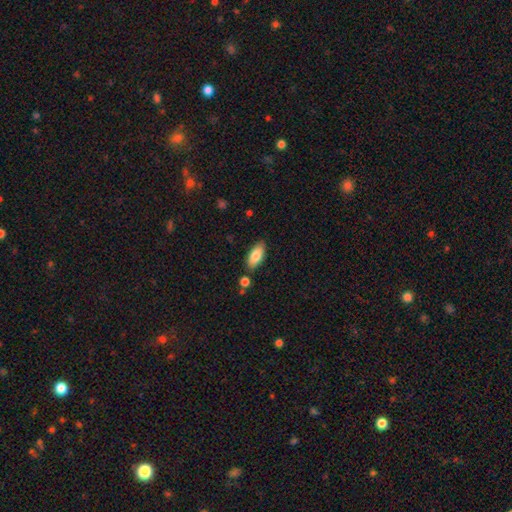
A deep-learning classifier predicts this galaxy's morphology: Overall: smooth (82%). How rounded: in between (88%). Merging: none (82%).